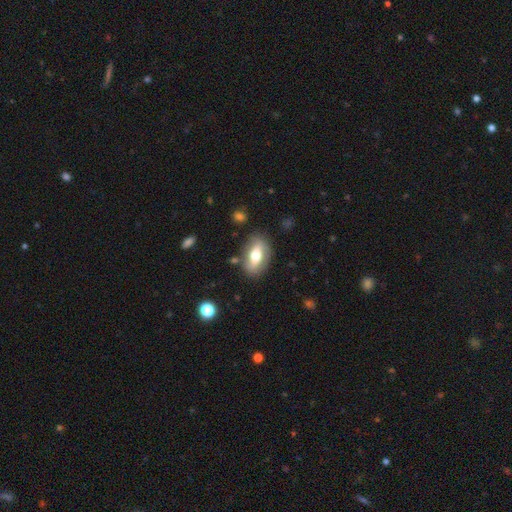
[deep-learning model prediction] smooth_or_featured: smooth (p=0.55) [alt: featured or disk p=0.38]
how_rounded: in between (p=0.86) [alt: round p=0.07]
merging: none (p=0.79) [alt: minor disturbance p=0.14]